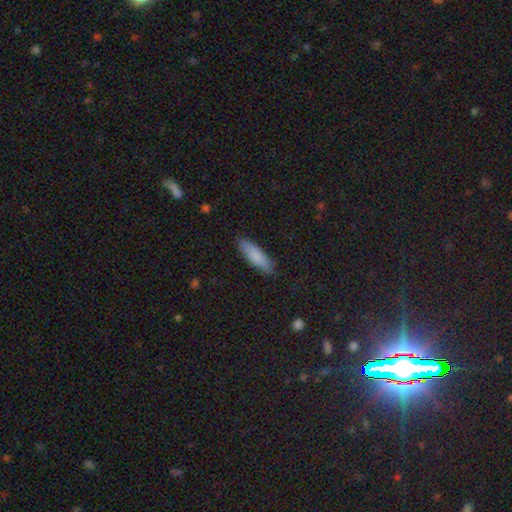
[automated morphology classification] smooth 85%, featured or disk 10%, star or artifact 6%. Down the decision tree: how rounded — cigar-shaped (59%); merging — none (88%).